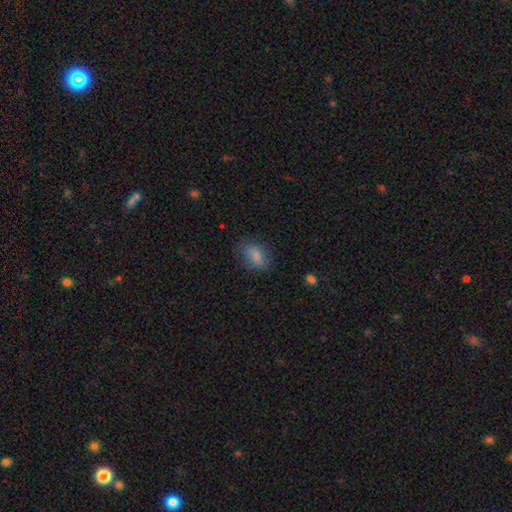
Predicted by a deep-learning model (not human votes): This appears to be a smooth galaxy with no disk features (76%) that is in between round and cigar-shaped (81%). Merging: none (62%).